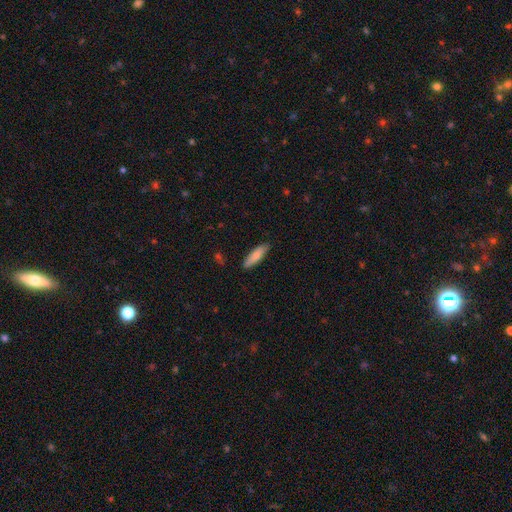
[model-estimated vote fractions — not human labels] This appears to be a smooth galaxy with no disk features (81%) that is cigar-shaped (61%). Merging: none (87%).